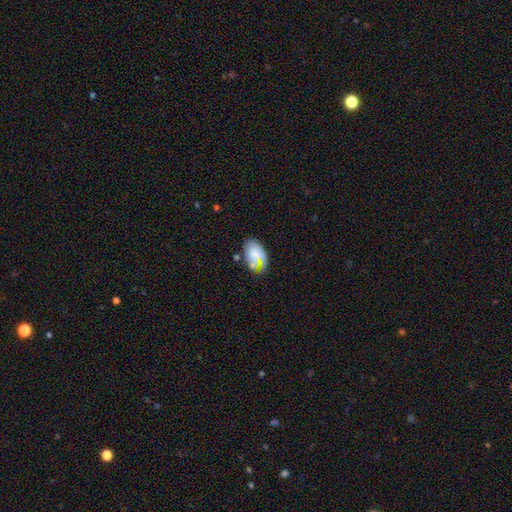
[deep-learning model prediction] This appears to be a smooth galaxy with no disk features (54%) that is in between round and cigar-shaped (90%). Merging: none (52%).